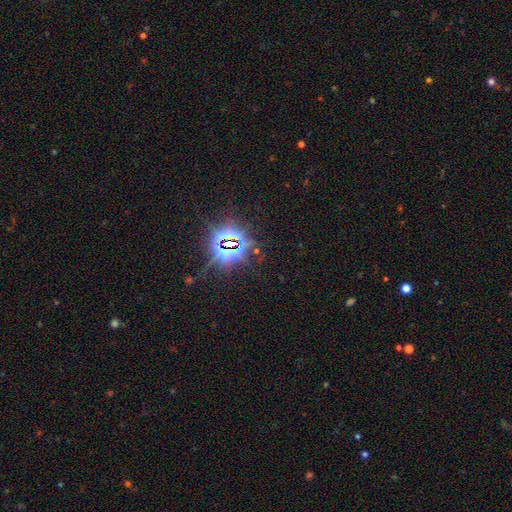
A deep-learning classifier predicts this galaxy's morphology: Smooth or featured? star or artifact (85%)